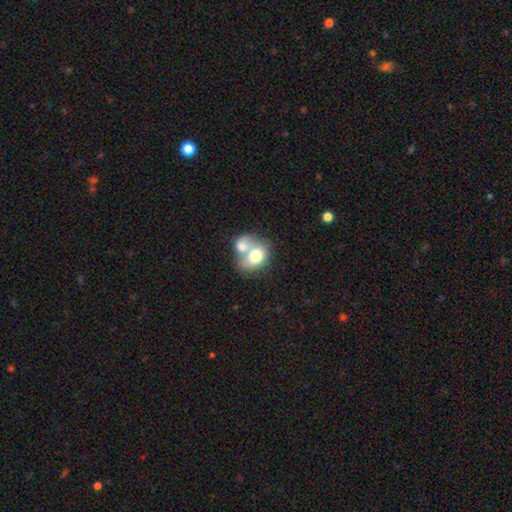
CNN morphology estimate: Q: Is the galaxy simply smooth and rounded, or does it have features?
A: smooth — 70%.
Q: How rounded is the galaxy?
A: in between — 55%.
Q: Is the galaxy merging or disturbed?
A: merger — 73%.